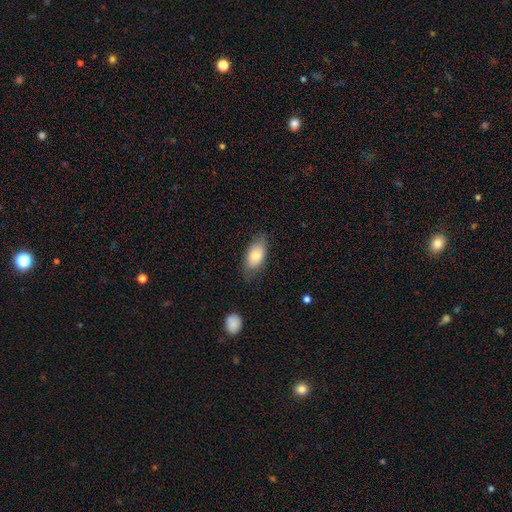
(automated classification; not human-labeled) Smooth or featured: smooth — 77% (featured or disk — 17%)
How rounded: in between — 91% (cigar-shaped — 5%)
Merging: none — 75% (minor disturbance — 18%)